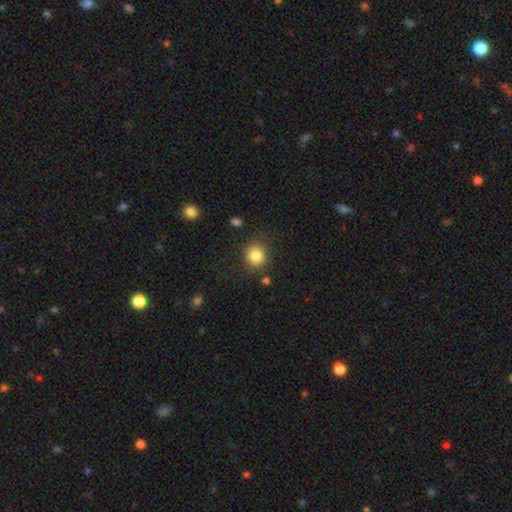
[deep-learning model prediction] smooth-or-featured: smooth: 84% | star or artifact: 10% | featured or disk: 6%
  how-rounded: round: 78% | in between: 21% | cigar-shaped: 1%
  merging: none: 78% | minor disturbance: 13% | major disturbance: 5% | merger: 3%